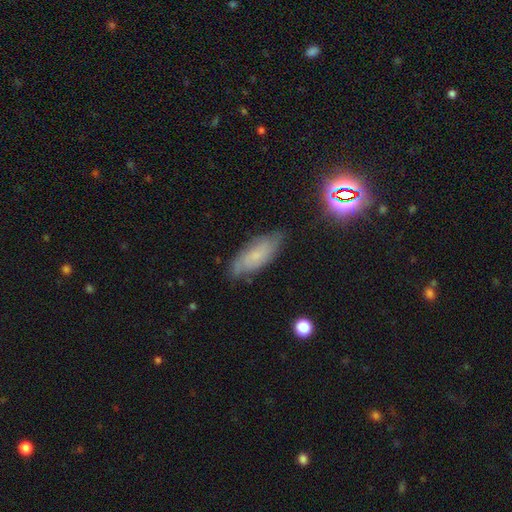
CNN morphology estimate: Overall: smooth (48%; featured or disk 41%). Merging: none (73%).